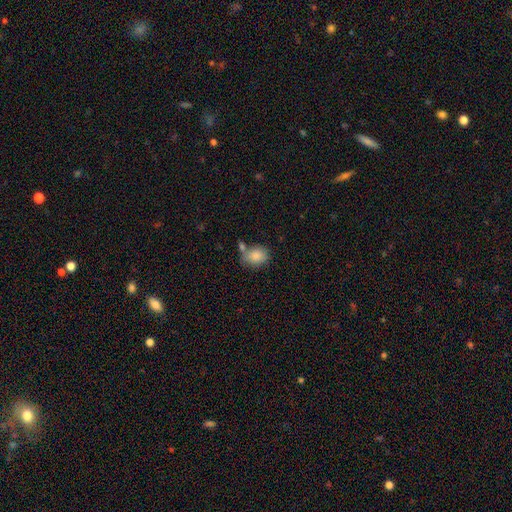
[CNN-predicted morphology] Smooth or featured? smooth (86%)
How rounded? in between (63%)
Merging? none (54%)